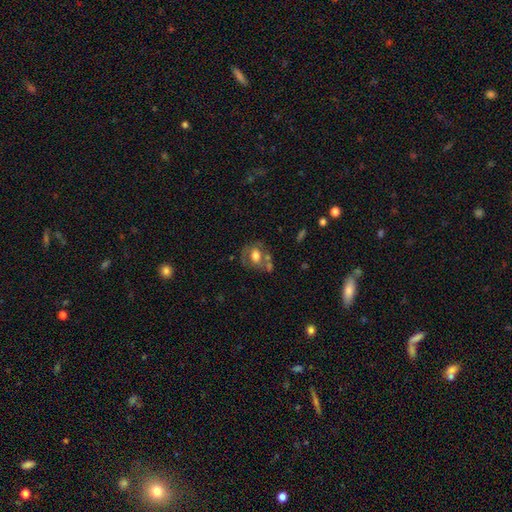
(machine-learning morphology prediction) smooth-or-featured: smooth: 50% | featured or disk: 41% | star or artifact: 9%
  merging: none: 44% | merger: 24% | minor disturbance: 20% | major disturbance: 11%